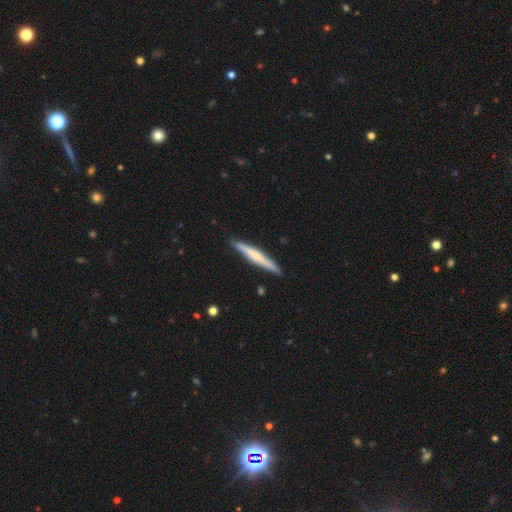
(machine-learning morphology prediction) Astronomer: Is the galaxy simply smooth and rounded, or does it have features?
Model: smooth — 49% (runner-up: featured or disk, 45%).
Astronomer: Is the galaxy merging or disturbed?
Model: none — 90%.